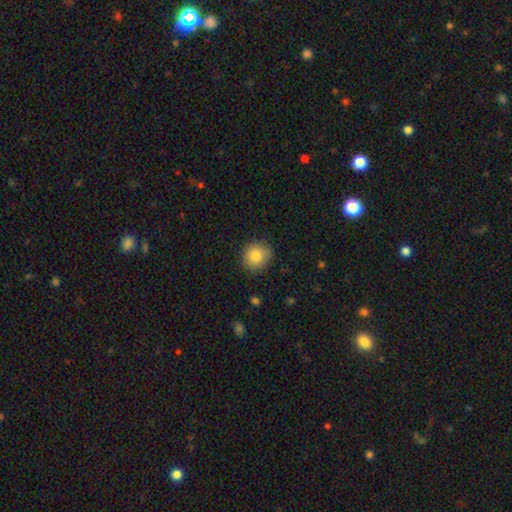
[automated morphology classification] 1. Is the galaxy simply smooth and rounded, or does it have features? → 84% smooth, 8% star or artifact, 8% featured or disk.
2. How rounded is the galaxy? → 88% round, 11% in between, 1% cigar-shaped.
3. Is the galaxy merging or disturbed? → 84% none, 12% minor disturbance, 3% major disturbance, 1% merger.